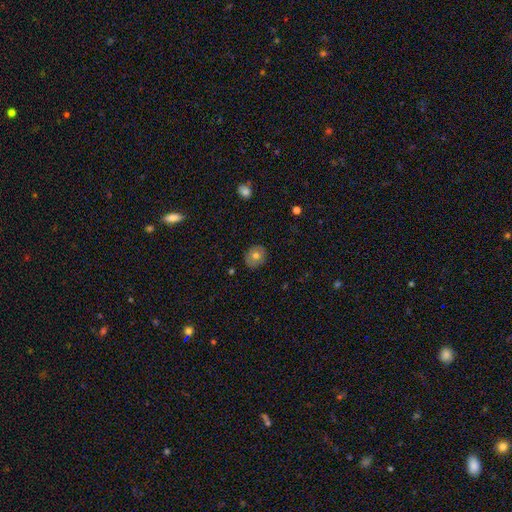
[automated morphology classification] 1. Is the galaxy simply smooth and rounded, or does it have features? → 71% smooth, 20% featured or disk, 9% star or artifact.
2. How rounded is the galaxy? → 66% round, 33% in between, 1% cigar-shaped.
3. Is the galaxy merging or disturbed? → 86% none, 11% minor disturbance, 2% major disturbance, 1% merger.